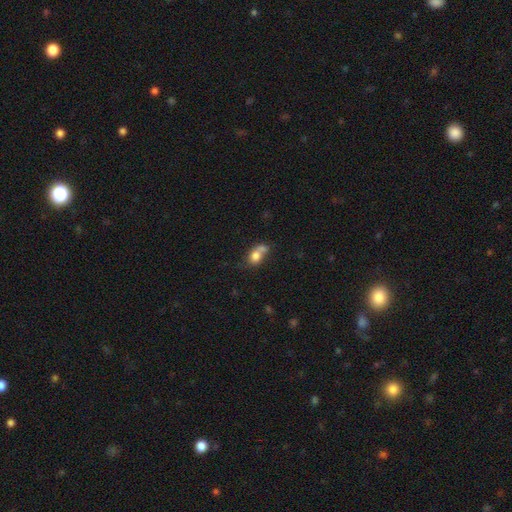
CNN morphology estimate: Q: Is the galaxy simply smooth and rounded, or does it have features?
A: smooth — 75%.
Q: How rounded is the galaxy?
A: in between — 59%.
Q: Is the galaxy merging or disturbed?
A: merger — 44%.